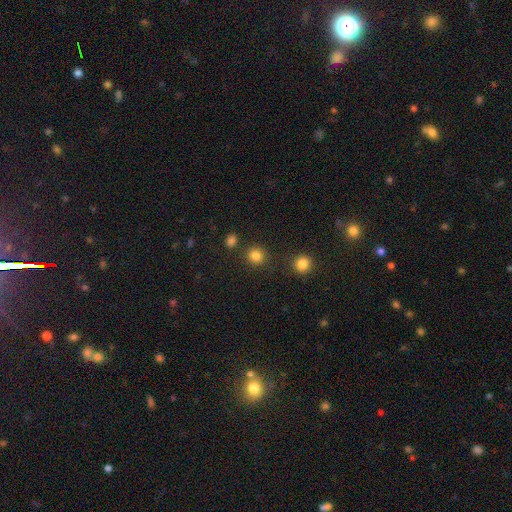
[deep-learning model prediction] Morphology: type=smooth (83%); roundness=round (92%); merging=none (86%).